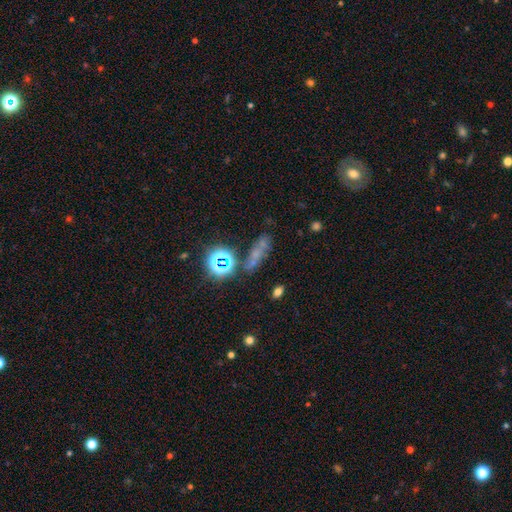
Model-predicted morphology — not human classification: A smooth galaxy with no disk features (44%). Merging: none (53%).